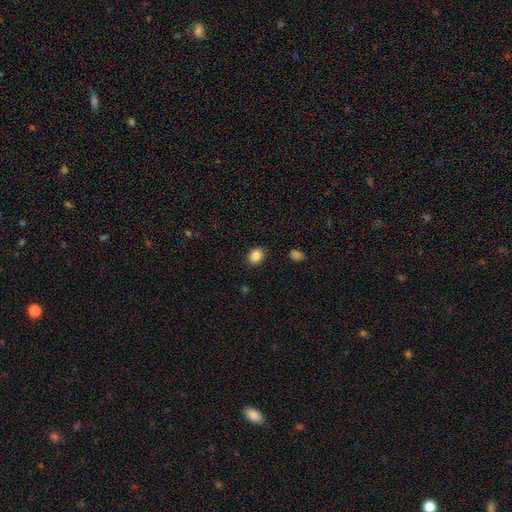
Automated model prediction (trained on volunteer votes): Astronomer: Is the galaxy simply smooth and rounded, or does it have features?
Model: smooth — 87%.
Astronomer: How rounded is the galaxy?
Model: in between — 58% (runner-up: round, 41%).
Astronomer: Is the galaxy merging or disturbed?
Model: none — 87%.